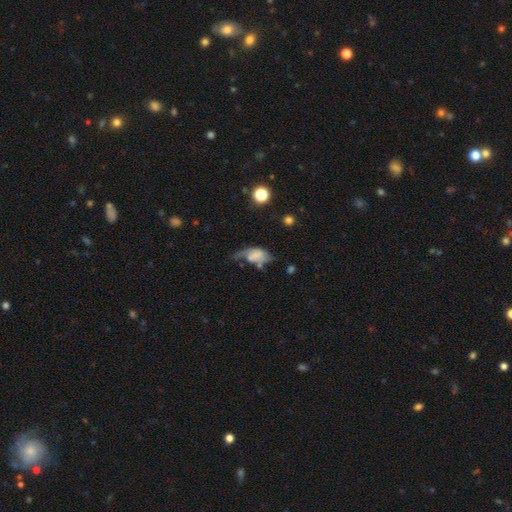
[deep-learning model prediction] Q: Smooth or featured?
A: smooth (47%); runner-up: featured or disk (42%)
Q: Merging?
A: major disturbance (42%); runner-up: minor disturbance (25%)